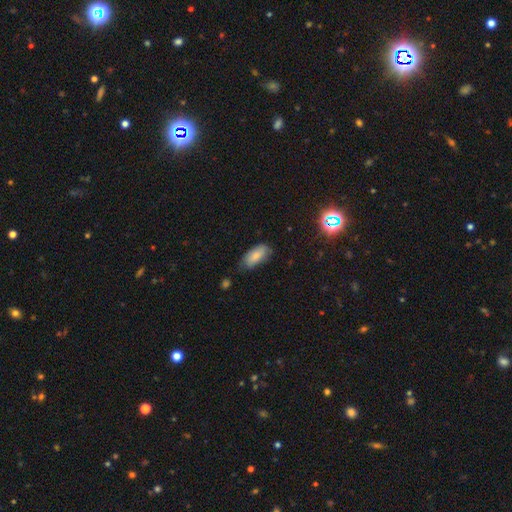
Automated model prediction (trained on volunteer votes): Q: Smooth or featured?
A: smooth (80%); runner-up: featured or disk (13%)
Q: How rounded?
A: in between (90%); runner-up: cigar-shaped (7%)
Q: Merging?
A: none (62%); runner-up: minor disturbance (31%)